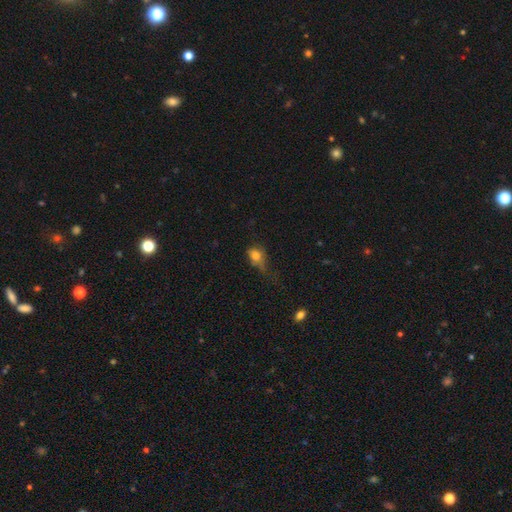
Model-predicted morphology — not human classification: smooth-or-featured: smooth: 75% | featured or disk: 13% | star or artifact: 11%
  how-rounded: in between: 62% | round: 35% | cigar-shaped: 3%
  merging: minor disturbance: 34% | major disturbance: 33% | none: 30% | merger: 4%